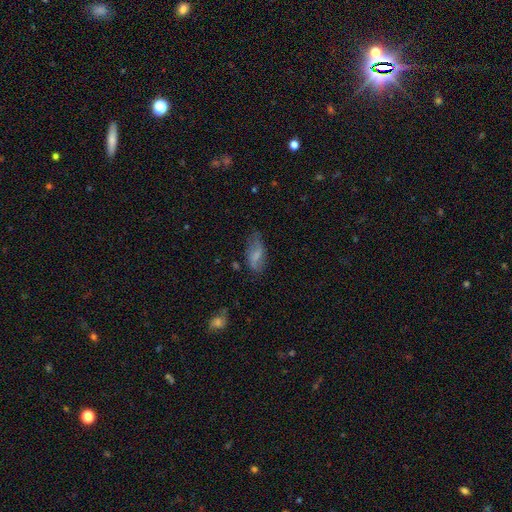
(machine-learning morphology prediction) A smooth galaxy with no disk features (62%) that is in between round and cigar-shaped (86%).

Vote fractions:
- Smooth or featured? smooth: 62% / featured or disk: 29% / star or artifact: 9%
- How rounded? in between: 86% / cigar-shaped: 11% / round: 3%
- Merging? none: 58% / minor disturbance: 29% / major disturbance: 11% / merger: 2%